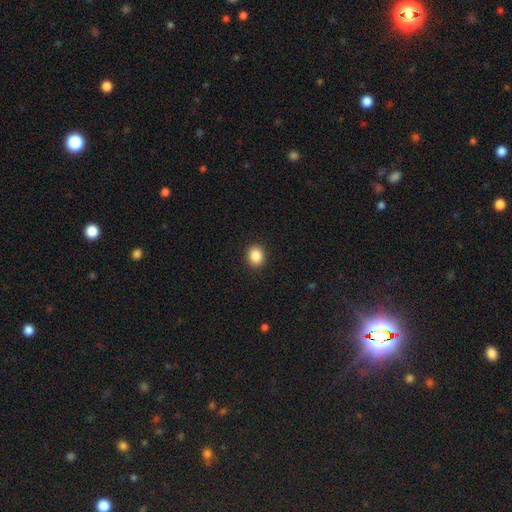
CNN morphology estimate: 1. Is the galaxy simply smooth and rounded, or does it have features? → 88% smooth, 9% star or artifact, 3% featured or disk.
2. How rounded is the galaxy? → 64% round, 35% in between, 1% cigar-shaped.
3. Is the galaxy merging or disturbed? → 92% none, 6% minor disturbance, 2% major disturbance, 1% merger.